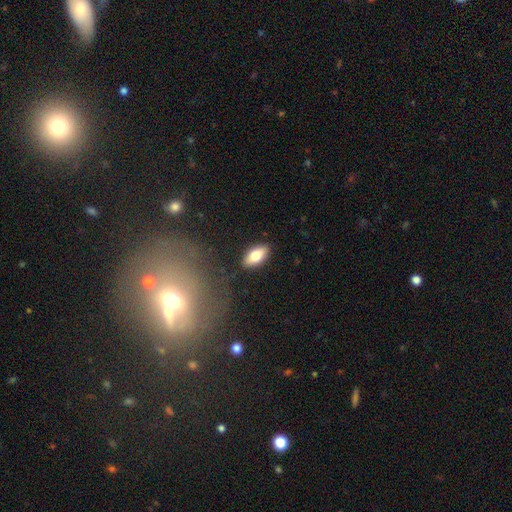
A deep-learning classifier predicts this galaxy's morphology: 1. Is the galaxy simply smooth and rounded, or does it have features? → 75% smooth, 18% featured or disk, 7% star or artifact.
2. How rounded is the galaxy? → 86% in between, 11% cigar-shaped, 3% round.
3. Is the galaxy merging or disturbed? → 87% none, 9% minor disturbance, 2% major disturbance, 2% merger.